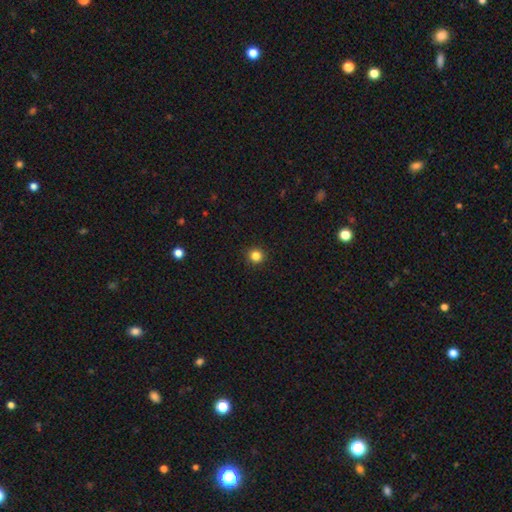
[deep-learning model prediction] smooth-or-featured: smooth: 83% | star or artifact: 13% | featured or disk: 4%
  how-rounded: round: 95% | in between: 4% | cigar-shaped: 1%
  merging: none: 93% | minor disturbance: 5% | major disturbance: 2% | merger: 1%